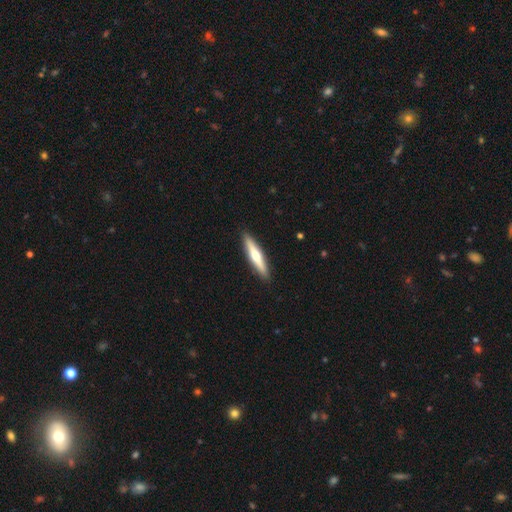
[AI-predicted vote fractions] A featured or disk galaxy (48%). Merging: none (91%).